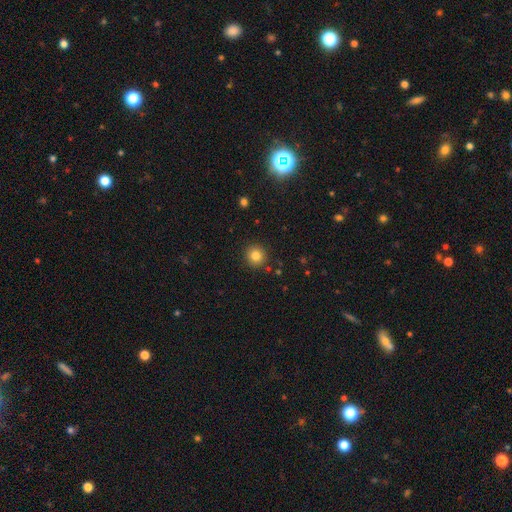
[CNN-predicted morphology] A smooth galaxy with no disk features (81%) that is round (93%).

Vote fractions:
- Smooth or featured? smooth: 81% / star or artifact: 12% / featured or disk: 7%
- How rounded? round: 93% / in between: 6% / cigar-shaped: 1%
- Merging? none: 90% / minor disturbance: 6% / major disturbance: 2% / merger: 2%